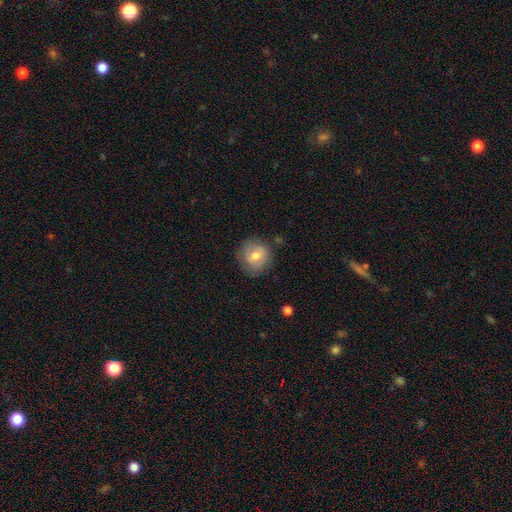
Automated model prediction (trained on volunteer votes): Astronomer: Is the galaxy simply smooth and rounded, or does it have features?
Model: smooth — 67%.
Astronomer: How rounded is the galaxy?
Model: round — 87%.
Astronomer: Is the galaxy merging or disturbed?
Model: none — 78%.